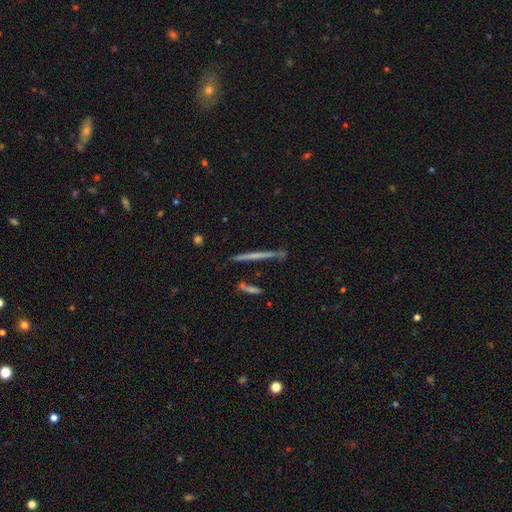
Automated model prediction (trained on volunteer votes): The model was most divided on "smooth or featured": featured or disk: 55%, smooth: 37%, star or artifact: 8%. More confident: edge-on disk — yes (96%); merging — none (84%); edge-on bulge — none (81%).